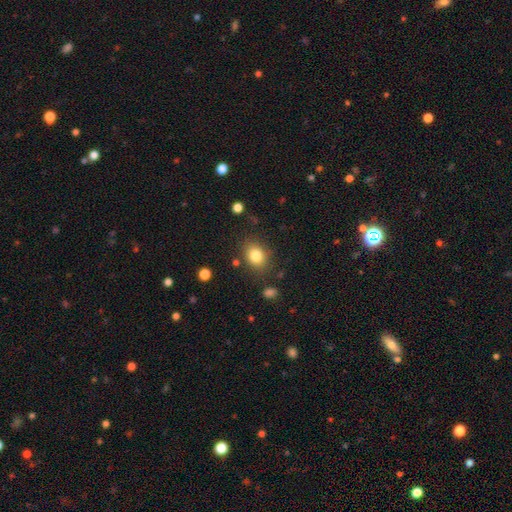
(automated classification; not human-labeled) This is clearly a smooth galaxy (82%). How rounded: possibly in between (52%). Merging: clearly none (82%).